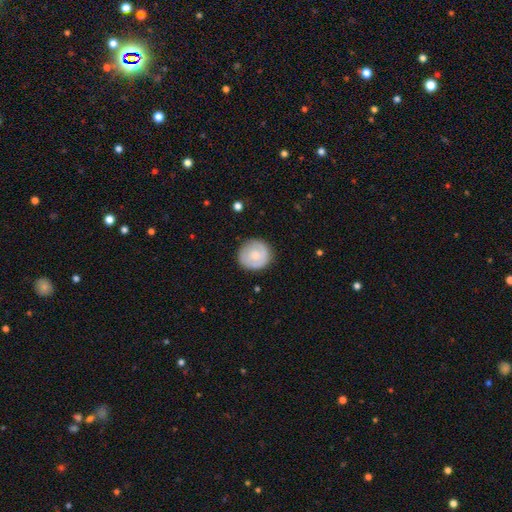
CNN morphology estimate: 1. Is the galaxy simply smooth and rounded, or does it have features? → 60% smooth, 34% featured or disk, 6% star or artifact.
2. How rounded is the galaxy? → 91% round, 8% in between, 1% cigar-shaped.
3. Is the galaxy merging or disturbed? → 85% none, 11% minor disturbance, 3% major disturbance, 1% merger.